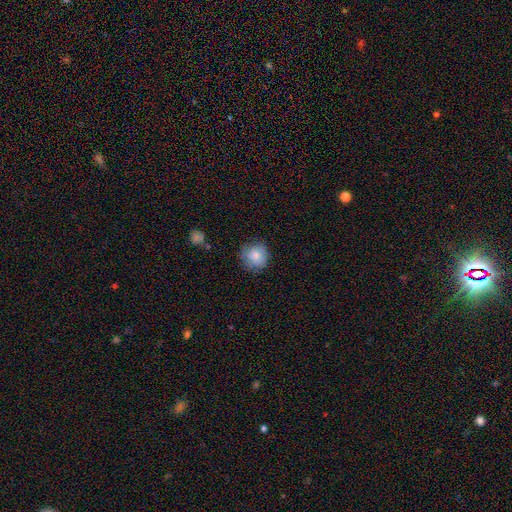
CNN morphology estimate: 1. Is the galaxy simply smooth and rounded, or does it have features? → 82% smooth, 10% featured or disk, 8% star or artifact.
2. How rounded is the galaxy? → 91% round, 8% in between, 1% cigar-shaped.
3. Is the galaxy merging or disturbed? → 78% none, 17% minor disturbance, 4% major disturbance, 1% merger.